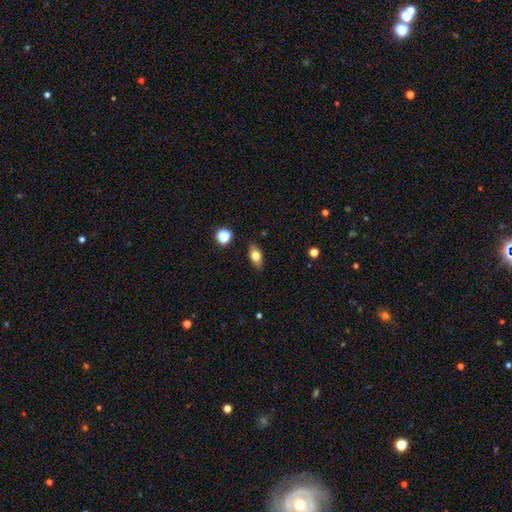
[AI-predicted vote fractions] smooth-or-featured: smooth: 72% | featured or disk: 20% | star or artifact: 9%
  how-rounded: in between: 82% | round: 9% | cigar-shaped: 9%
  merging: none: 87% | minor disturbance: 9% | major disturbance: 2% | merger: 1%